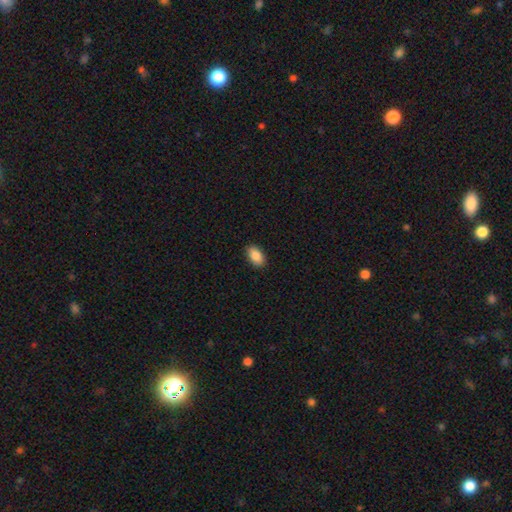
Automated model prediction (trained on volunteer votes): Smooth or featured?
  - smooth: 88% *
  - star or artifact: 7%
  - featured or disk: 5%
How rounded?
  - in between: 93% *
  - round: 5%
  - cigar-shaped: 2%
Merging?
  - none: 90% *
  - minor disturbance: 7%
  - major disturbance: 2%
  - merger: 1%